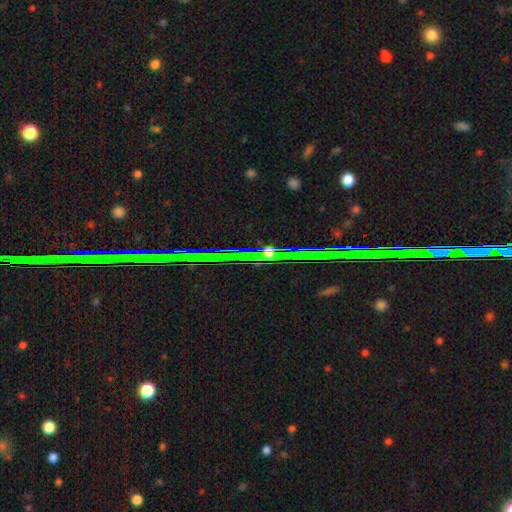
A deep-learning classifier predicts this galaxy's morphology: Smooth or featured?
  - star or artifact: 84% *
  - featured or disk: 9%
  - smooth: 6%